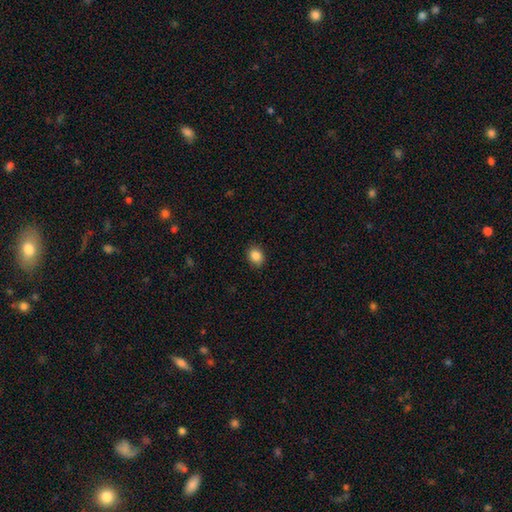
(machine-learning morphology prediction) smooth 87%, star or artifact 9%, featured or disk 4%. Down the decision tree: how rounded — in between (57%); merging — none (89%).